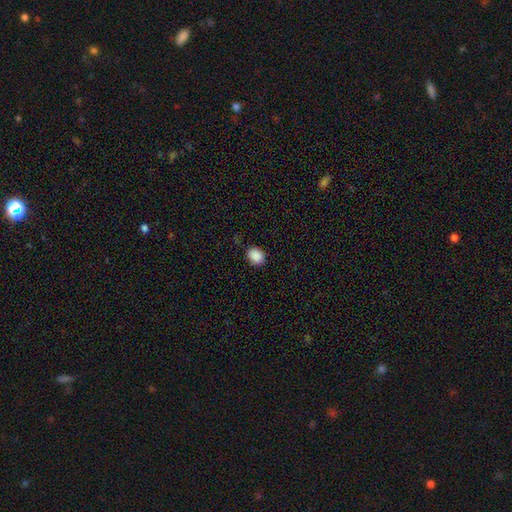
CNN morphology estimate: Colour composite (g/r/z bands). It shows a smooth galaxy with no disk features (88%) that is in between round and cigar-shaped (51%). Merging: none (83%).